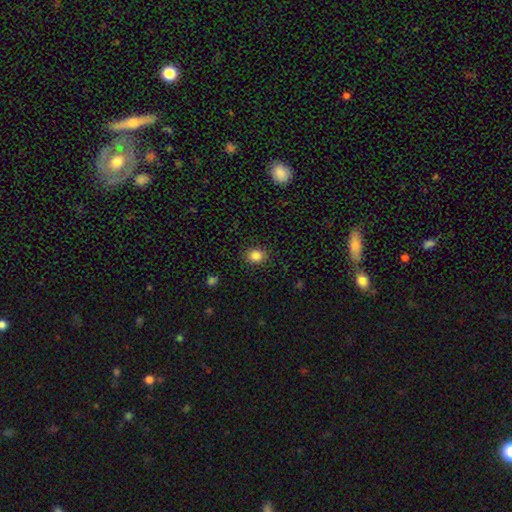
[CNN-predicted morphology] Smooth or featured? Predicted: smooth (p=0.85). How rounded? Predicted: round (p=0.65). Merging? Predicted: none (p=0.89).